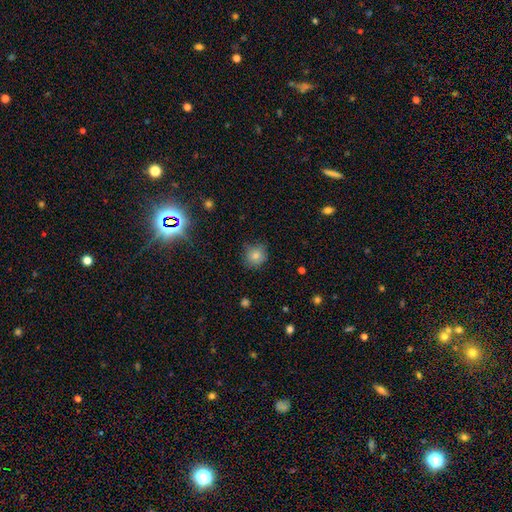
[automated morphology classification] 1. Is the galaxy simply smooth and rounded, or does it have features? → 80% smooth, 12% star or artifact, 8% featured or disk.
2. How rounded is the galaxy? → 89% round, 10% in between, 1% cigar-shaped.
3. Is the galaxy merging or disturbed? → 78% none, 17% minor disturbance, 4% major disturbance, 1% merger.